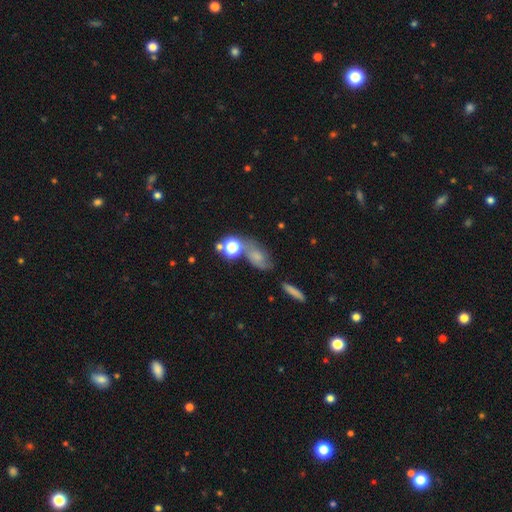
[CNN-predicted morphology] type=smooth (48%); merging=none (51%).